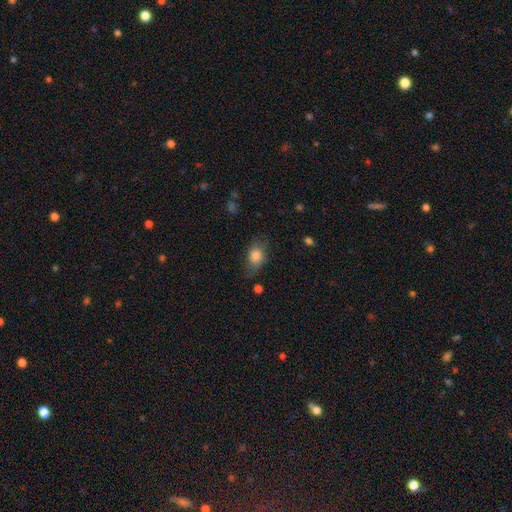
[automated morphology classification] A smooth galaxy with no disk features (81%) that is in between round and cigar-shaped (70%).

Vote fractions:
- Smooth or featured? smooth: 81% / featured or disk: 11% / star or artifact: 8%
- How rounded? in between: 70% / round: 28% / cigar-shaped: 2%
- Merging? none: 64% / minor disturbance: 25% / major disturbance: 9% / merger: 2%